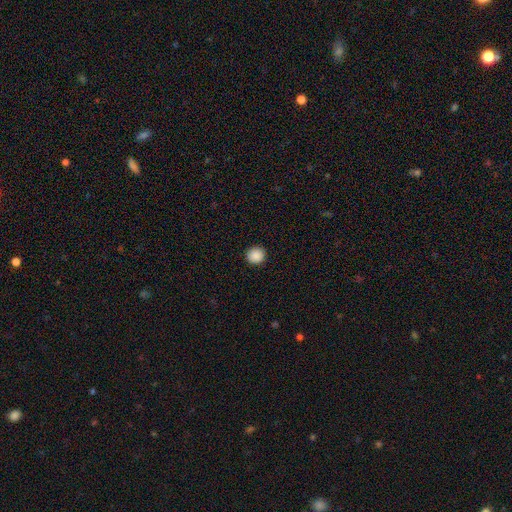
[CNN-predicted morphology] Smooth or featured? smooth (89%)
How rounded? round (93%)
Merging? none (93%)